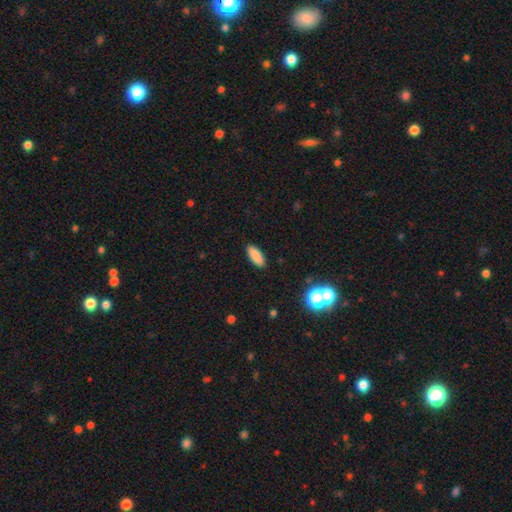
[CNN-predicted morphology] Overall: smooth (87%). How rounded: in between (80%). Merging: none (90%).